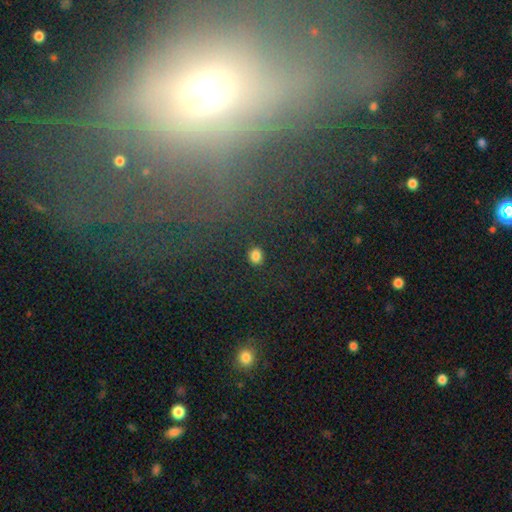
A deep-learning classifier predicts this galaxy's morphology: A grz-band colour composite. It shows a smooth galaxy with no disk features (81%) that is round (77%). Merging: none (88%).